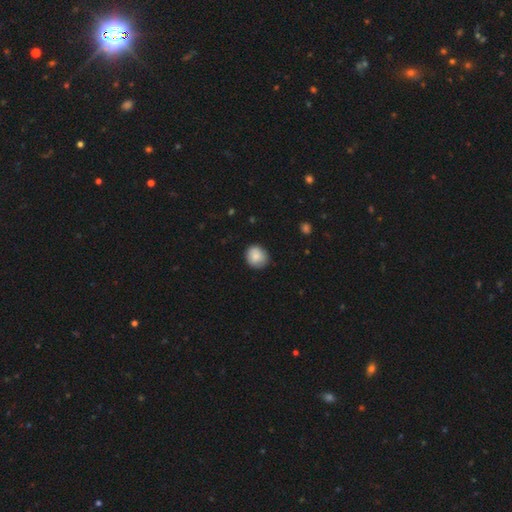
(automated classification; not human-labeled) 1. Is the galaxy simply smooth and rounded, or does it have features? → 86% smooth, 7% star or artifact, 7% featured or disk.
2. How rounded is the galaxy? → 80% round, 19% in between, 1% cigar-shaped.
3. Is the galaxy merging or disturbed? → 80% none, 17% minor disturbance, 3% major disturbance, 1% merger.